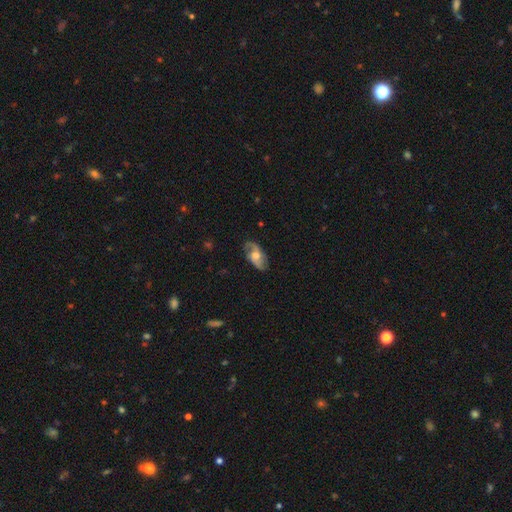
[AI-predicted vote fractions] smooth_or_featured: featured or disk (p=0.68) [alt: smooth p=0.25]
disk_edge_on: no (p=0.92) [alt: yes p=0.08]
bar: no (p=0.61) [alt: weak p=0.32]
has_spiral_arms: yes (p=0.87) [alt: no p=0.13]
spiral_winding: loose (p=0.44) [alt: medium p=0.40]
spiral_arm_count: 2 (p=0.82) [alt: can't tell p=0.09]
bulge_size: moderate (p=0.65) [alt: small p=0.16]
merging: none (p=0.75) [alt: minor disturbance p=0.18]